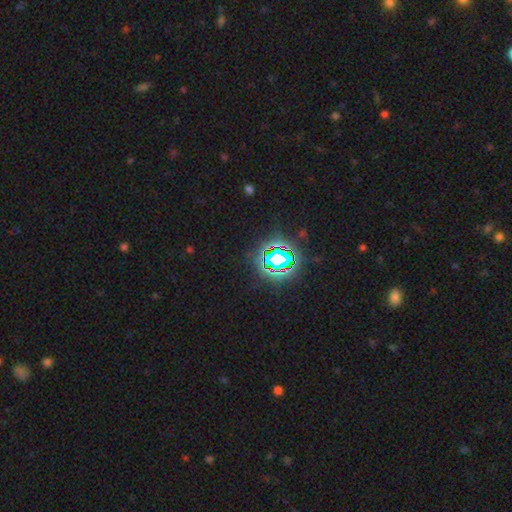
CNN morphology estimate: This appears to be a star or artifact, not a galaxy (80%).